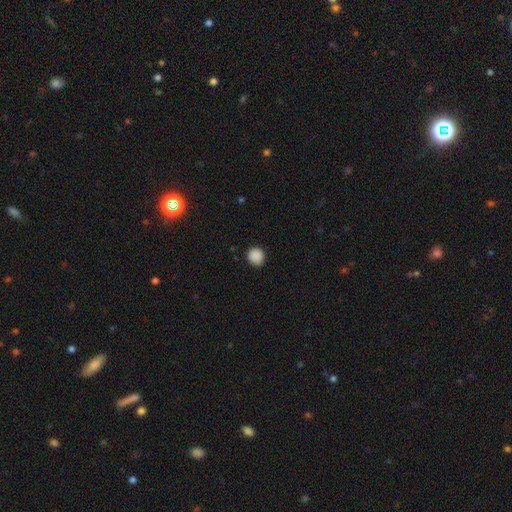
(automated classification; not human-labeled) The model was most divided on "how rounded": round: 85%, in between: 14%, cigar-shaped: 1%. More confident: smooth or featured — smooth (88%); merging — none (87%).